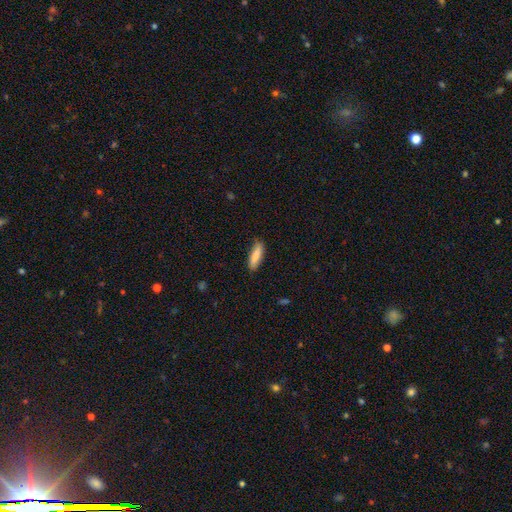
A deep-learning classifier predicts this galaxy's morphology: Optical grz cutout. It shows a smooth galaxy with no disk features (83%) that is cigar-shaped (64%). Merging: none (81%).